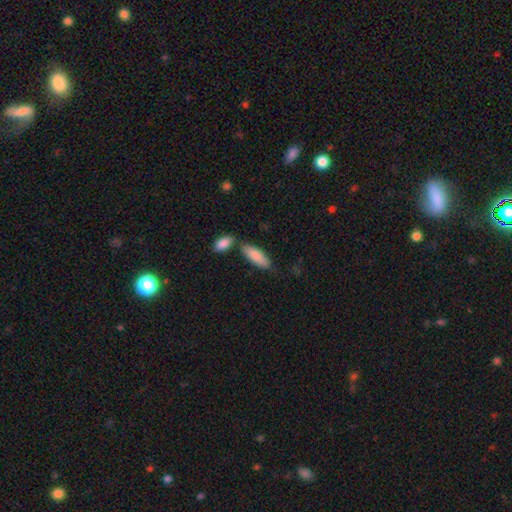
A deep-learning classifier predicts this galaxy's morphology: smooth_or_featured: smooth (p=0.86) [alt: featured or disk p=0.08]
how_rounded: in between (p=0.70) [alt: cigar-shaped p=0.28]
merging: none (p=0.64) [alt: merger p=0.16]